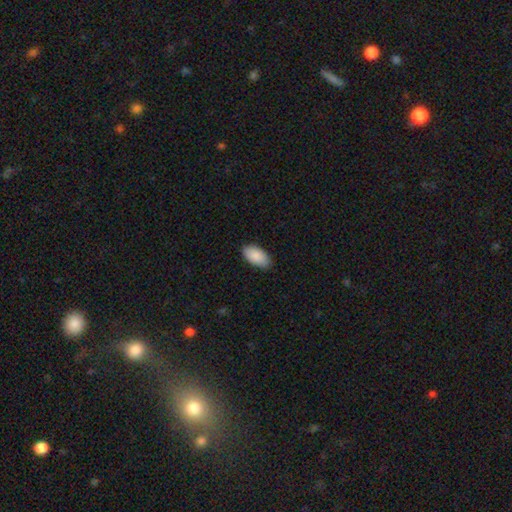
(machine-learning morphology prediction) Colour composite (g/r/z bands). It shows a smooth galaxy with no disk features (90%) that is in between round and cigar-shaped (95%). Merging: none (86%).